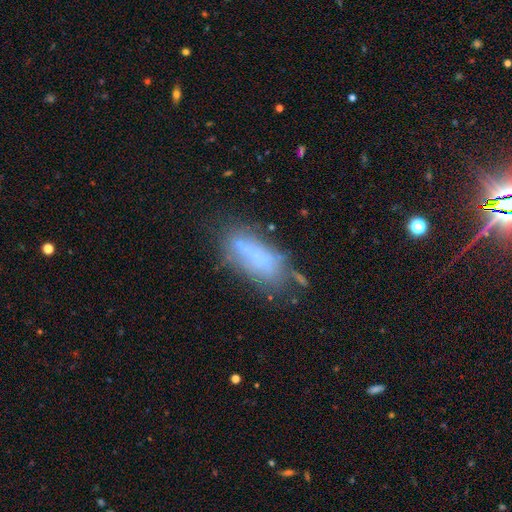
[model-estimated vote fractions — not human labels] This appears to be a smooth galaxy with no disk features (57%) that is in between round and cigar-shaped (69%). Merging: none (49%).